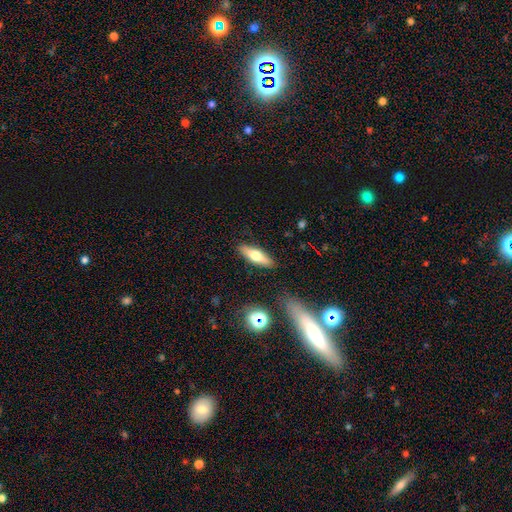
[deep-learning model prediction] Q: Smooth or featured?
A: smooth (57%); runner-up: featured or disk (36%)
Q: How rounded?
A: cigar-shaped (55%); runner-up: in between (42%)
Q: Merging?
A: none (88%); runner-up: minor disturbance (9%)